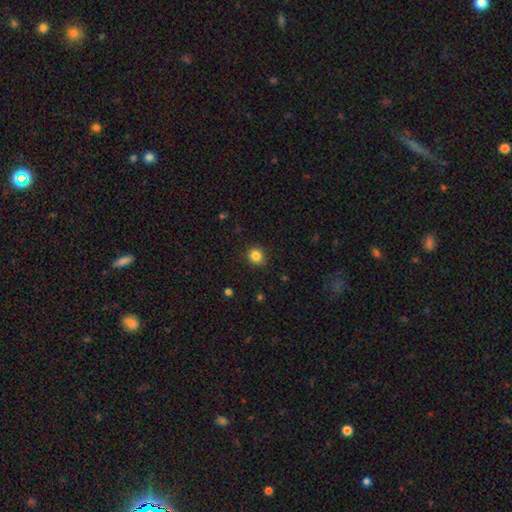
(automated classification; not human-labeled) Morphology: type=smooth (84%); roundness=round (86%); merging=none (89%).